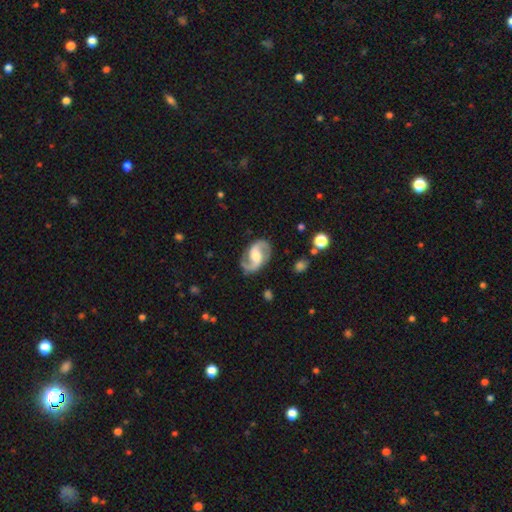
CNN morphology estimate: smooth-or-featured: featured or disk: 89% | smooth: 7% | star or artifact: 4%
  disk-edge-on: no: 98% | yes: 2%
    bar: weak: 44% | no: 36% | strong: 20%
    has-spiral-arms: yes: 97% | no: 3%
      spiral-winding: medium: 50% | loose: 36% | tight: 13%
      spiral-arm-count: 2: 94% | can't tell: 2% | 1: 2% | 3: 1% | 4: 1% | more than 4: 1%
    bulge-size: moderate: 57% | small: 21% | large: 15% | none: 5% | dominant: 2%
  merging: none: 82% | minor disturbance: 12% | major disturbance: 5% | merger: 2%